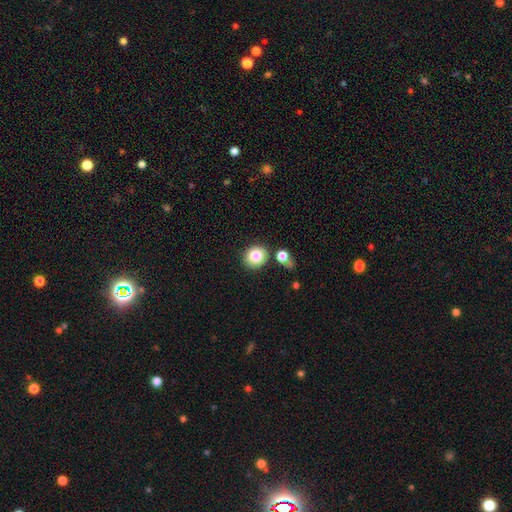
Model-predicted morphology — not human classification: Q: Smooth or featured?
A: smooth (84%); runner-up: star or artifact (10%)
Q: How rounded?
A: round (80%); runner-up: in between (19%)
Q: Merging?
A: none (78%); runner-up: minor disturbance (10%)